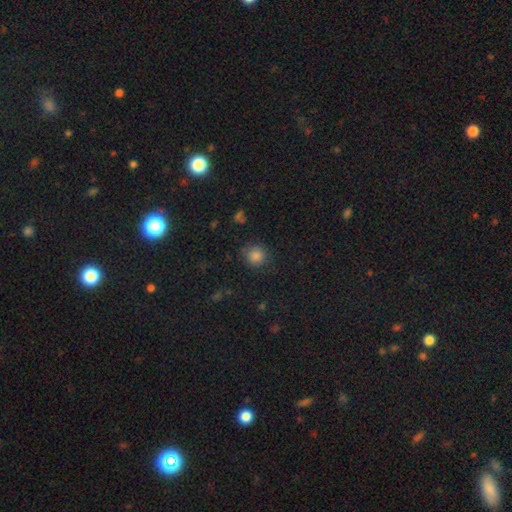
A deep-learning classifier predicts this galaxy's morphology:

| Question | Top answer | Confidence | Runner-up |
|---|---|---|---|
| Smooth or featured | smooth | 83% | star or artifact (13%) |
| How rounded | round | 91% | in between (8%) |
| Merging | none | 85% | minor disturbance (10%) |